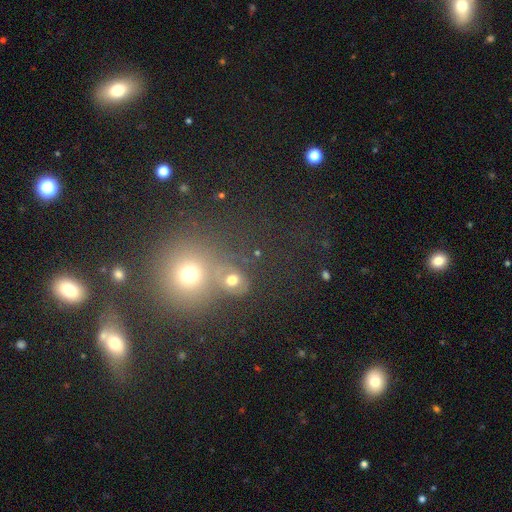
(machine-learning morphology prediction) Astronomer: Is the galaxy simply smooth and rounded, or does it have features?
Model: smooth — 51% (runner-up: star or artifact, 38%).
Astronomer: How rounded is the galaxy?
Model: round — 87%.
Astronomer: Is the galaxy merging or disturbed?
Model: none — 68%.